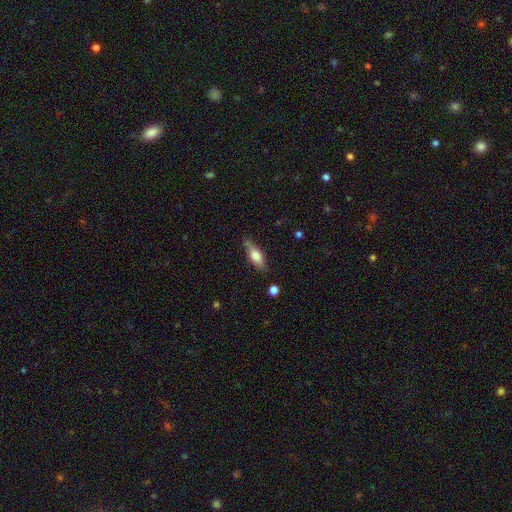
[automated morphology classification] This appears to be a smooth galaxy with no disk features (61%) that is in between round and cigar-shaped (54%). Merging: none (75%).